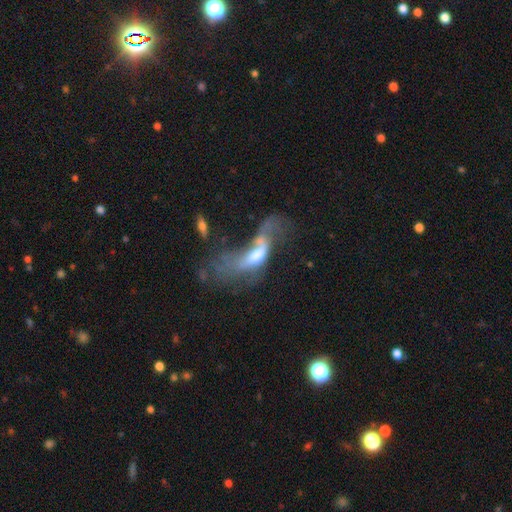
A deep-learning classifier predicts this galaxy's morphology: Smooth or featured? featured or disk (56%)
Edge-on disk? no (84%)
Merging? major disturbance (51%)